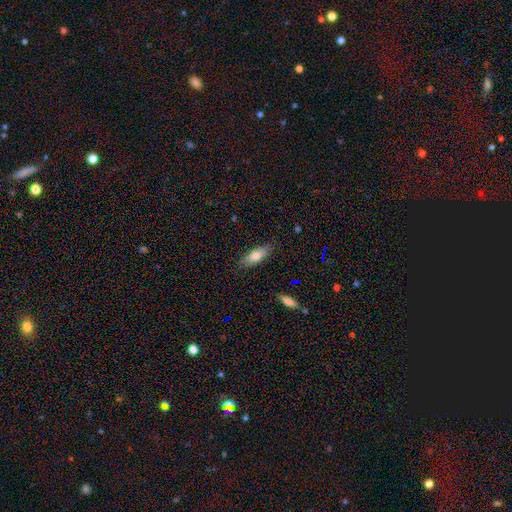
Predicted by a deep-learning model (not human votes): smooth-or-featured: smooth: 76% | featured or disk: 17% | star or artifact: 7%
  how-rounded: in between: 68% | cigar-shaped: 30% | round: 2%
  merging: none: 84% | minor disturbance: 12% | major disturbance: 2% | merger: 1%